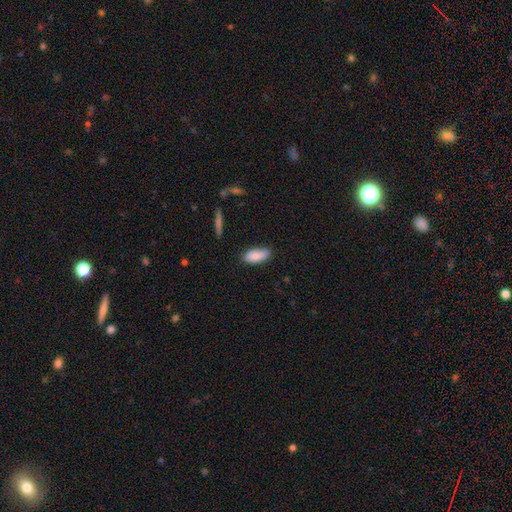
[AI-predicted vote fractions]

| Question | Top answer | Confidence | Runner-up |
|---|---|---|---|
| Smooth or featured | smooth | 85% | featured or disk (9%) |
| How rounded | in between | 85% | cigar-shaped (13%) |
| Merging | none | 80% | minor disturbance (16%) |